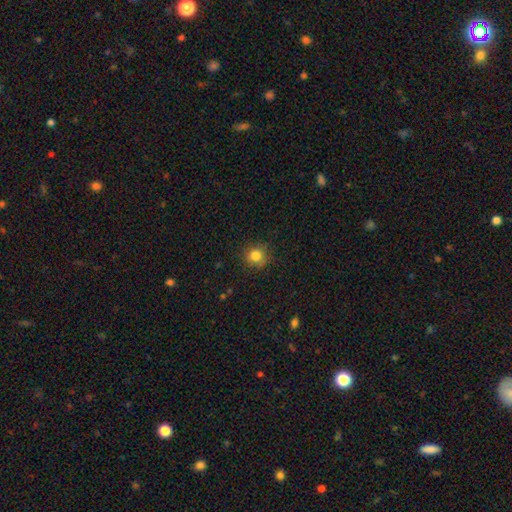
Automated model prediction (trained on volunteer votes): Morphology: type=smooth (83%); roundness=round (88%); merging=none (86%).